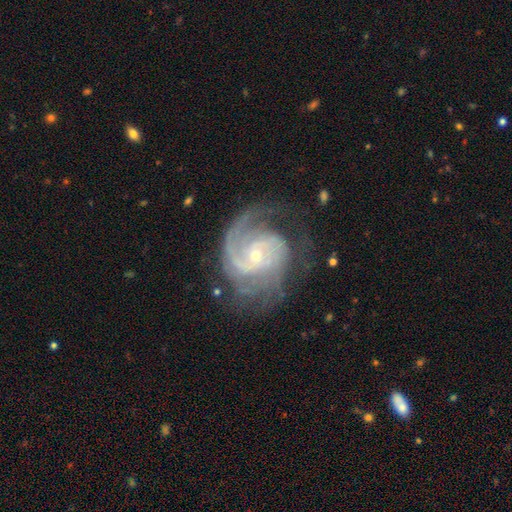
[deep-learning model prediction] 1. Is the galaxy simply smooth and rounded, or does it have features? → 90% featured or disk, 5% star or artifact, 5% smooth.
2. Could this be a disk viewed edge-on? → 98% no, 2% yes.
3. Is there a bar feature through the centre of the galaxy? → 58% no, 34% weak, 7% strong.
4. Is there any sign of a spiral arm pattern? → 97% yes, 3% no.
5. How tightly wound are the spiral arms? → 46% tight, 42% medium, 12% loose.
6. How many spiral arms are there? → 42% 2, 20% can't tell, 18% 3, 10% 1, 6% 4, 5% more than 4.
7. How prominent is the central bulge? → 72% small, 25% moderate, 1% large, 1% none, 1% dominant.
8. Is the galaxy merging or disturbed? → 60% none, 19% minor disturbance, 19% major disturbance, 2% merger.